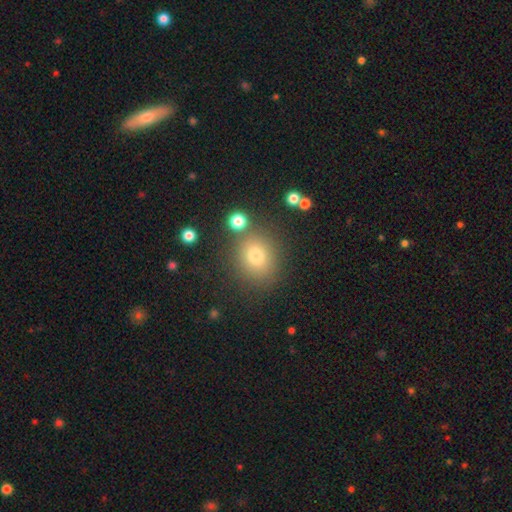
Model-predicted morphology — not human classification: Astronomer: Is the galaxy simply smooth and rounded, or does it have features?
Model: smooth — 72%.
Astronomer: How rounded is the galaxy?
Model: round — 76%.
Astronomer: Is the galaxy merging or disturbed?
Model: none — 82%.